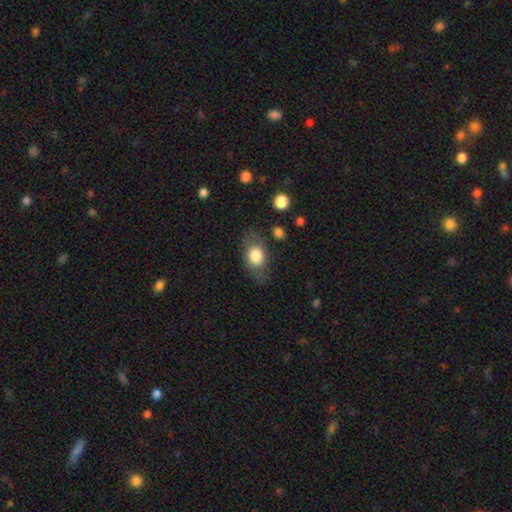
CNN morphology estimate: Q: Smooth or featured?
A: smooth (75%); runner-up: featured or disk (18%)
Q: How rounded?
A: in between (76%); runner-up: round (22%)
Q: Merging?
A: none (70%); runner-up: minor disturbance (19%)